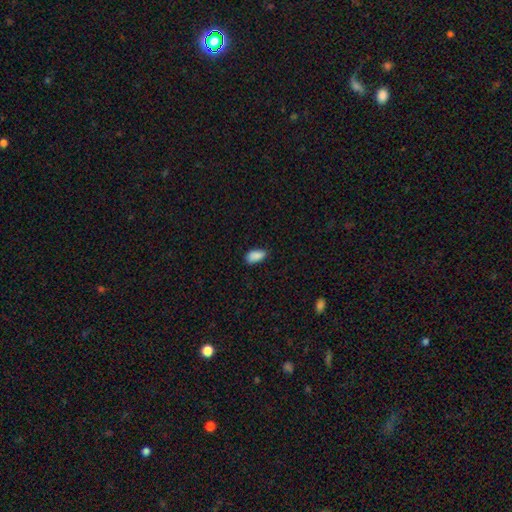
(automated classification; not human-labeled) This appears to be a smooth galaxy with no disk features (88%) that is in between round and cigar-shaped (93%). Merging: none (74%).